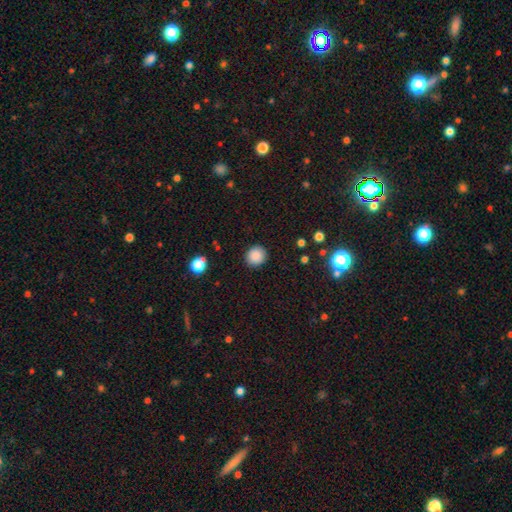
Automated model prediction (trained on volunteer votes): Overall: smooth (86%). How rounded: round (89%). Merging: none (91%).